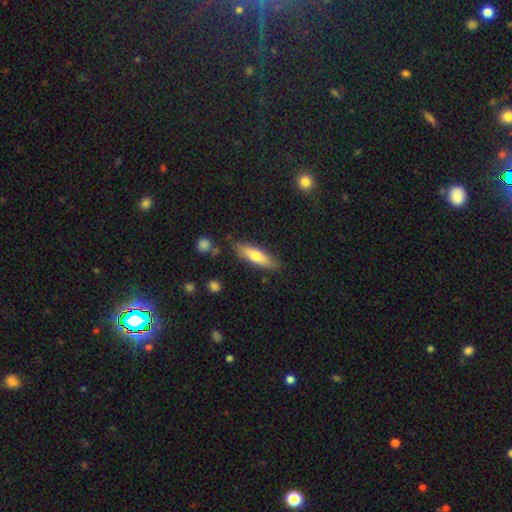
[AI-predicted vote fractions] smooth-or-featured: smooth: 65% | featured or disk: 29% | star or artifact: 6%
  how-rounded: cigar-shaped: 64% | in between: 34% | round: 2%
  merging: none: 82% | minor disturbance: 13% | major disturbance: 3% | merger: 2%